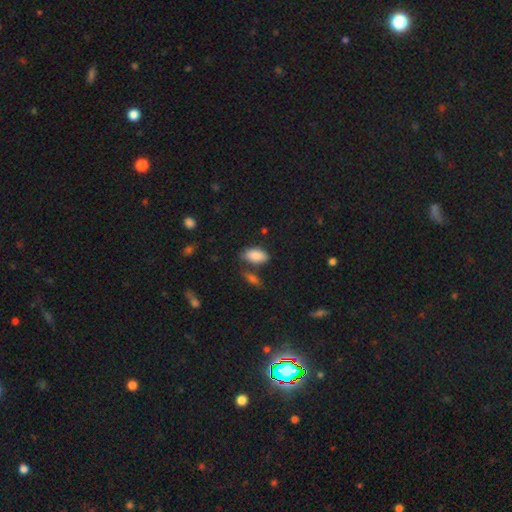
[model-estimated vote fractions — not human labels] Smooth or featured?
  - smooth: 86% *
  - star or artifact: 7%
  - featured or disk: 6%
How rounded?
  - in between: 92% *
  - cigar-shaped: 4%
  - round: 3%
Merging?
  - none: 67% *
  - minor disturbance: 17%
  - merger: 11%
  - major disturbance: 5%